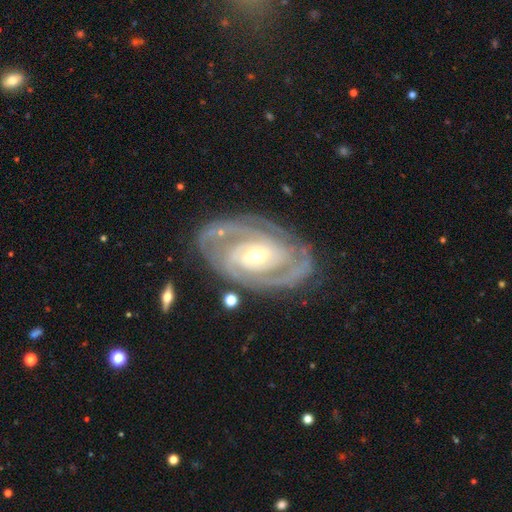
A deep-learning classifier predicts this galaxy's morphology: Smooth or featured: featured or disk — 90% (smooth — 6%)
Edge-on disk: no — 96% (yes — 4%)
Bar: no — 43% (weak — 39%)
Spiral arms: yes — 97% (no — 3%)
Spiral winding: tight — 69% (medium — 26%)
Spiral arm count: 2 — 44% (3 — 23%)
Bulge size: moderate — 61% (small — 33%)
Merging: none — 76% (minor disturbance — 16%)